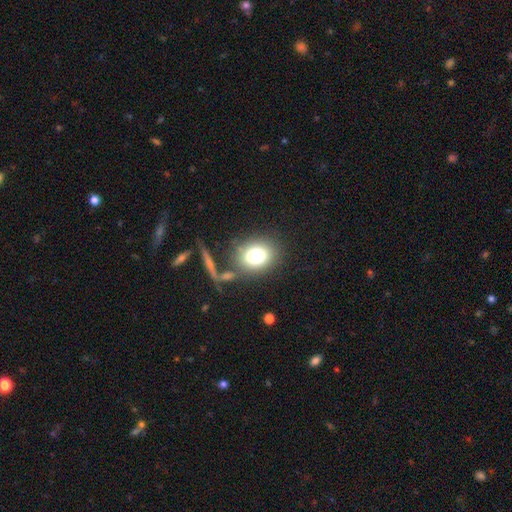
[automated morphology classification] This appears to be a smooth galaxy with no disk features (78%) that is round (50%). Merging: none (71%).